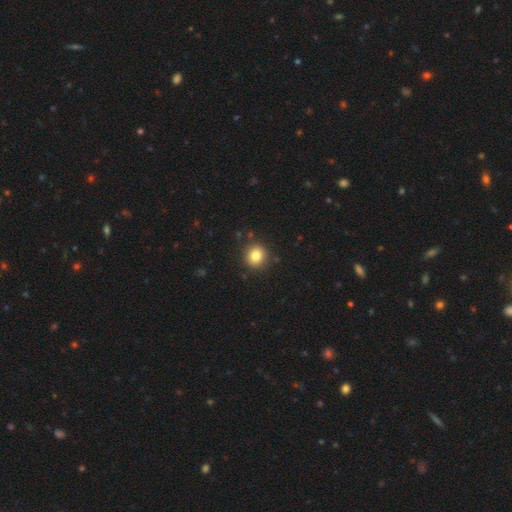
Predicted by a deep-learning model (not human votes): Smooth or featured? Predicted: smooth (p=0.83). How rounded? Predicted: round (p=0.86). Merging? Predicted: none (p=0.89).